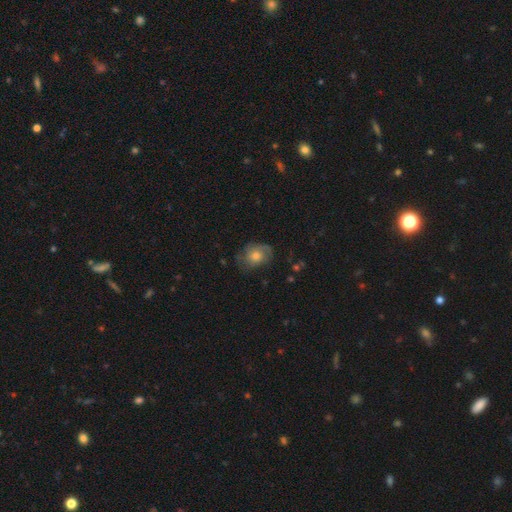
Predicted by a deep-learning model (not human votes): Smooth or featured?
  - featured or disk: 50% *
  - smooth: 40%
  - star or artifact: 10%
Merging?
  - none: 66% *
  - minor disturbance: 22%
  - major disturbance: 10%
  - merger: 1%